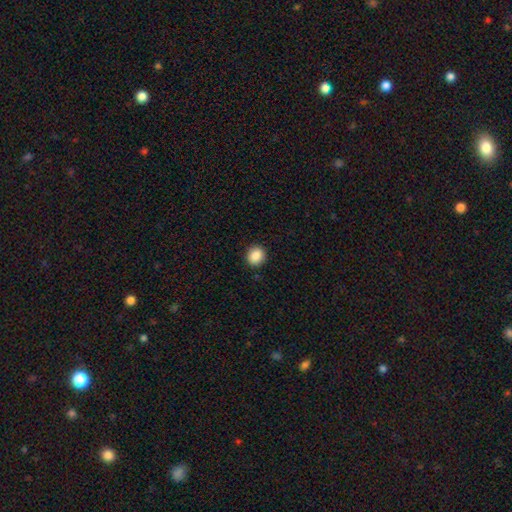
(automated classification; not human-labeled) Smooth or featured?
  - smooth: 88% *
  - star or artifact: 9%
  - featured or disk: 3%
How rounded?
  - round: 84% *
  - in between: 15%
  - cigar-shaped: 1%
Merging?
  - none: 91% *
  - minor disturbance: 6%
  - major disturbance: 2%
  - merger: 1%